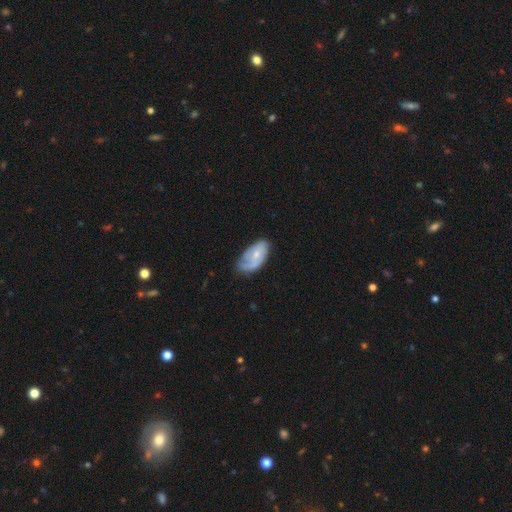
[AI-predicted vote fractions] featured or disk 55%, smooth 39%, star or artifact 6%. Down the decision tree: edge-on disk — no (95%); bar — no (71%); spiral arms — yes (77%); bulge size — small (56%); merging — none (45%).